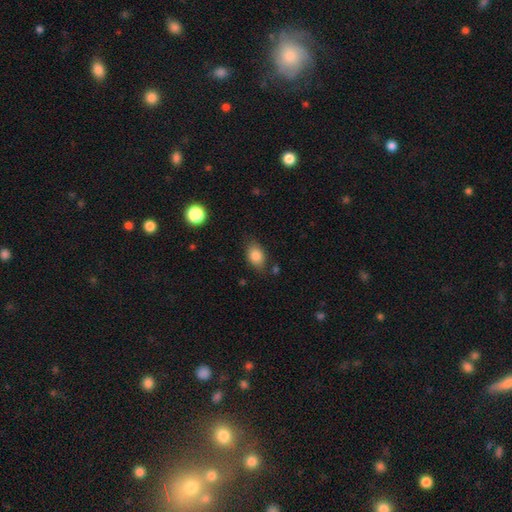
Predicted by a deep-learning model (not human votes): smooth-or-featured: smooth: 83% | star or artifact: 9% | featured or disk: 8%
  how-rounded: in between: 80% | round: 18% | cigar-shaped: 2%
  merging: none: 76% | minor disturbance: 17% | major disturbance: 4% | merger: 3%